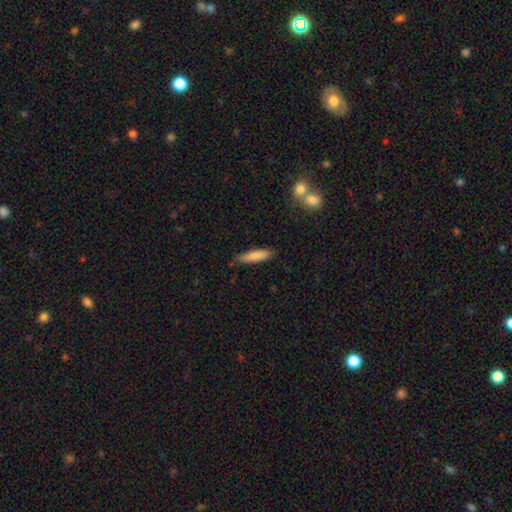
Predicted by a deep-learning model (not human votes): A smooth galaxy with no disk features (83%) that is cigar-shaped (77%).

Vote fractions:
- Smooth or featured? smooth: 83% / featured or disk: 10% / star or artifact: 6%
- How rounded? cigar-shaped: 77% / in between: 22% / round: 1%
- Merging? none: 82% / minor disturbance: 13% / major disturbance: 2% / merger: 2%